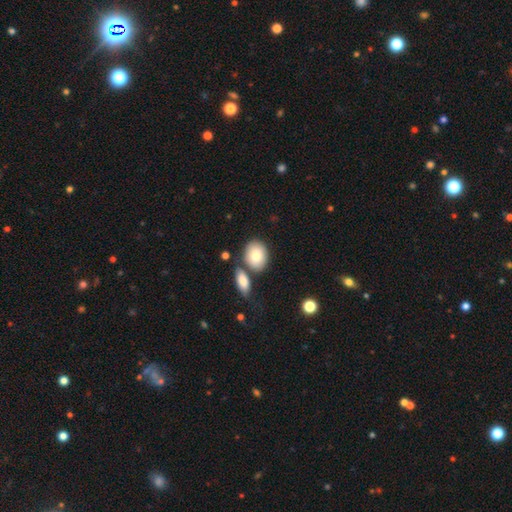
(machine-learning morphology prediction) A smooth galaxy with no disk features (81%) that is in between round and cigar-shaped (58%). Merging: none (63%).